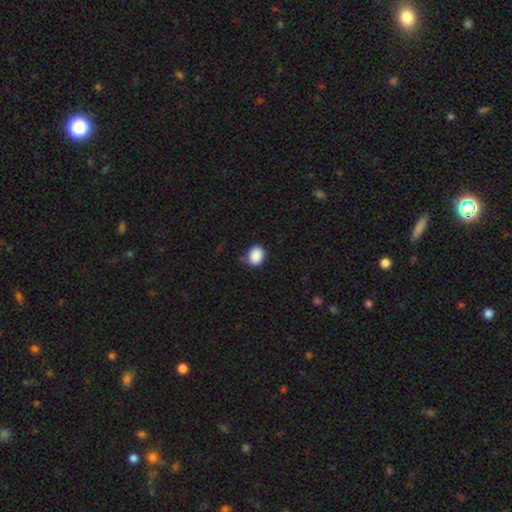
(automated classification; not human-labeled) smooth 89%, star or artifact 8%, featured or disk 3%. Down the decision tree: how rounded — in between (53%); merging — none (81%).